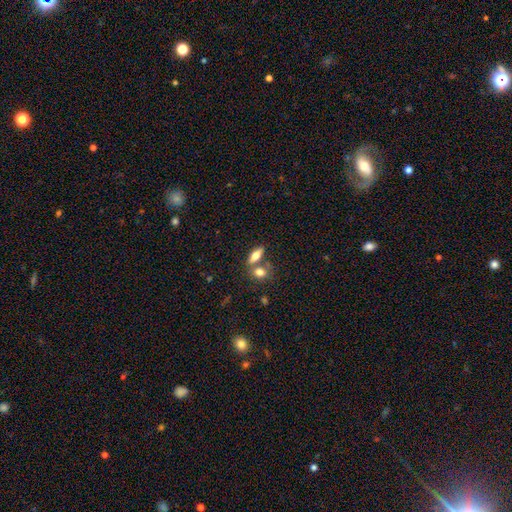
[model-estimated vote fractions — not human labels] Smooth or featured? smooth (68%)
How rounded? in between (69%)
Merging? none (54%)